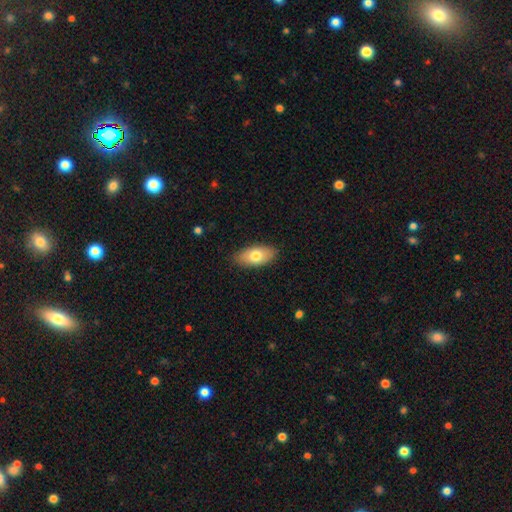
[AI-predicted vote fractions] This appears to be a smooth galaxy with no disk features (74%) that is in between round and cigar-shaped (91%). Merging: none (86%).